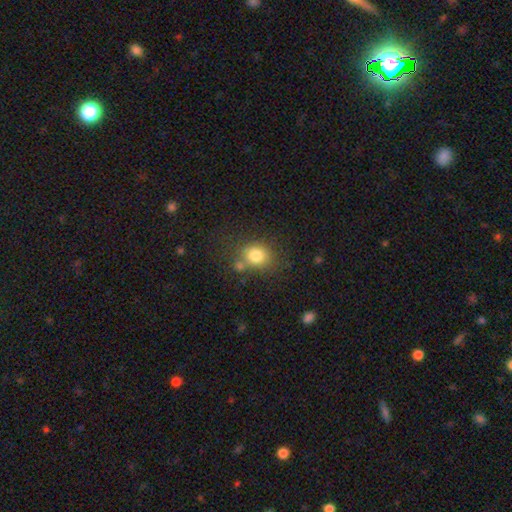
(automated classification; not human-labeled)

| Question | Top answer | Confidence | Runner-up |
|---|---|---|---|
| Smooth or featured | smooth | 80% | star or artifact (11%) |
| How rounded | round | 64% | in between (35%) |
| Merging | none | 64% | minor disturbance (15%) |